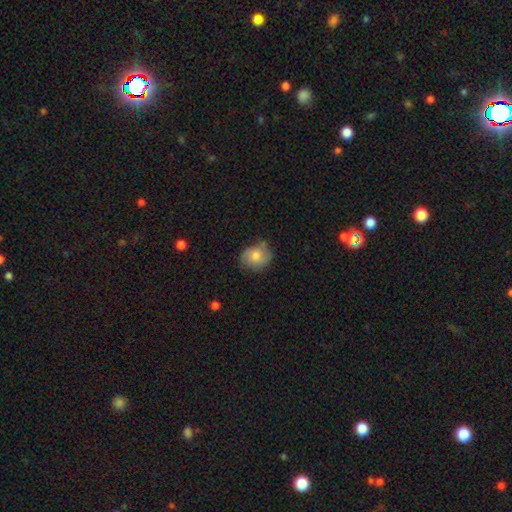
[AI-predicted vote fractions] This is likely a smooth galaxy (68%). How rounded: likely round (66%). Merging: likely none (63%).